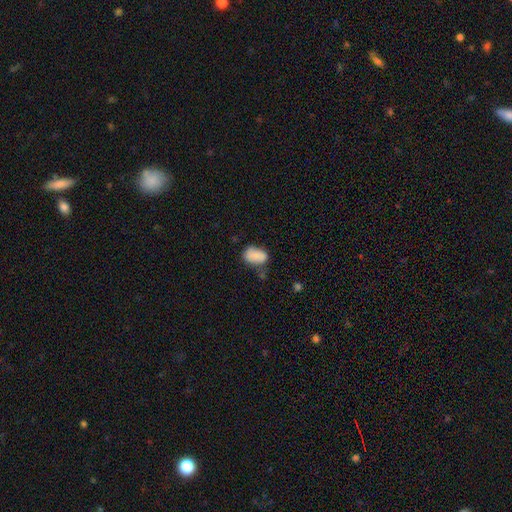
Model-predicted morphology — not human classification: Smooth or featured? Predicted: smooth (p=0.83). How rounded? Predicted: in between (p=0.88). Merging? Predicted: none (p=0.54).